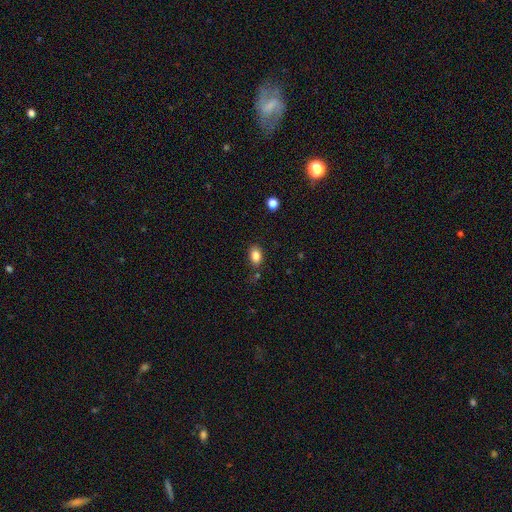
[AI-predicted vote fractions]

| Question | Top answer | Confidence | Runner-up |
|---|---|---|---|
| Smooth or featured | smooth | 85% | star or artifact (10%) |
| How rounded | in between | 83% | round (15%) |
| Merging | none | 78% | minor disturbance (14%) |